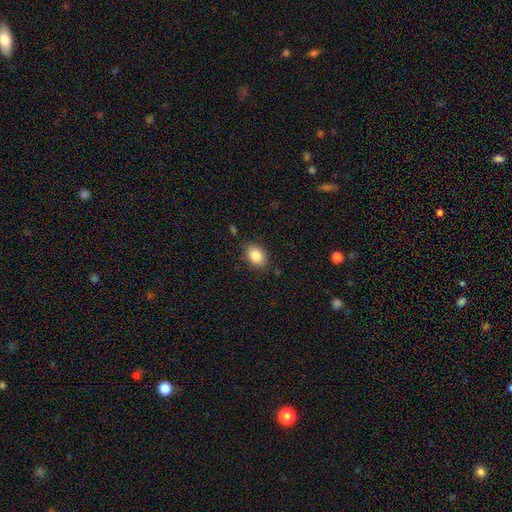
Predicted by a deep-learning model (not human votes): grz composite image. It shows a smooth galaxy with no disk features (85%) that is in between round and cigar-shaped (71%). Merging: none (83%).